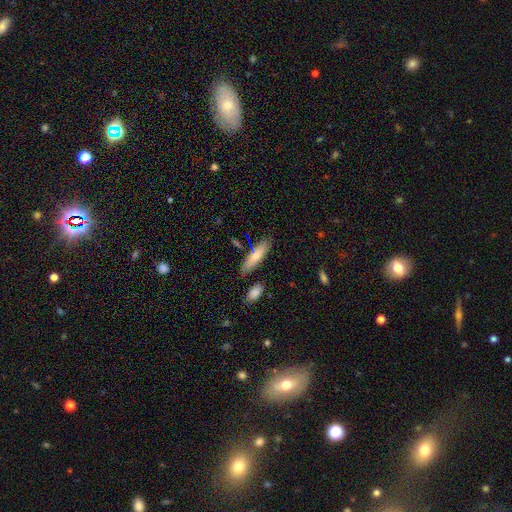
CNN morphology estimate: Smooth or featured? Predicted: smooth (p=0.72). How rounded? Predicted: cigar-shaped (p=0.65). Merging? Predicted: none (p=0.80).